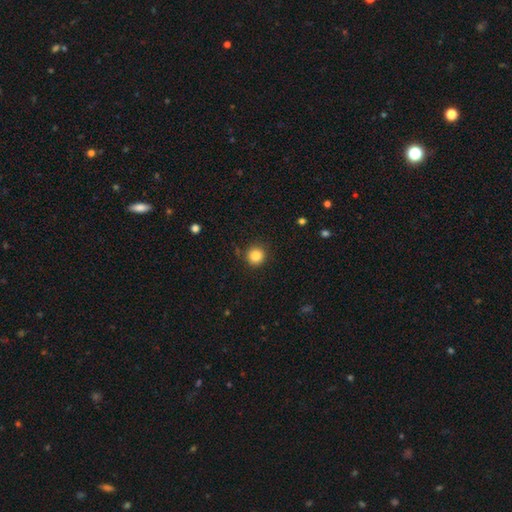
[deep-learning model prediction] Smooth or featured?
  - smooth: 85% *
  - star or artifact: 11%
  - featured or disk: 4%
How rounded?
  - round: 94% *
  - in between: 5%
  - cigar-shaped: 1%
Merging?
  - none: 88% *
  - minor disturbance: 7%
  - major disturbance: 2%
  - merger: 2%